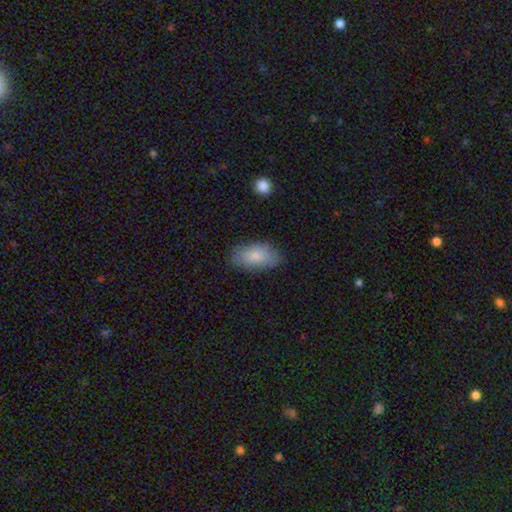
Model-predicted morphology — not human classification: Smooth or featured: smooth — 82% (featured or disk — 11%)
How rounded: in between — 93% (round — 4%)
Merging: none — 80% (minor disturbance — 16%)